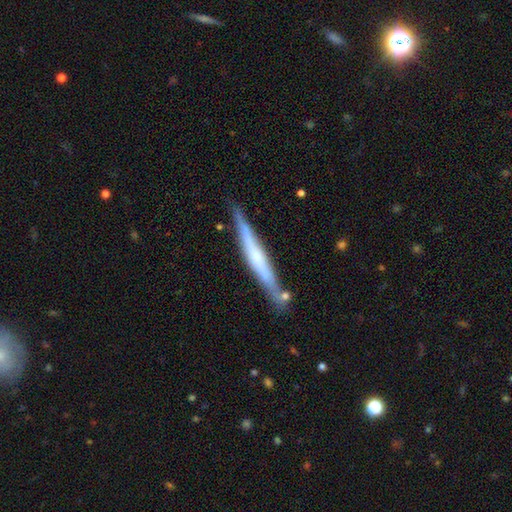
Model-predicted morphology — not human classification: This is possibly a featured or disk galaxy (58%). It is clearly viewed edge-on (95%). Edge-on bulge: marginally rounded (45%). Merging: likely none (79%).